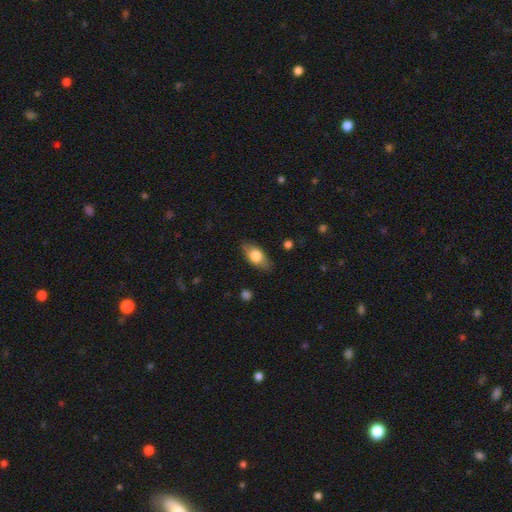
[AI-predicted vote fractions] Morphology: type=smooth (69%); roundness=in between (84%); merging=none (80%).